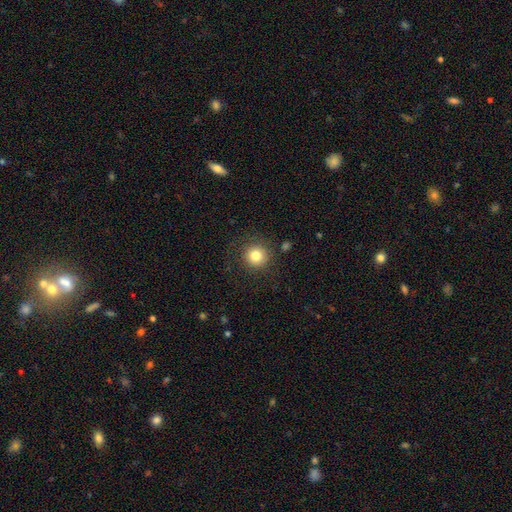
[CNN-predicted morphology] The model was most divided on "smooth or featured": smooth: 81%, star or artifact: 11%, featured or disk: 7%. More confident: how rounded — round (95%); merging — none (87%).